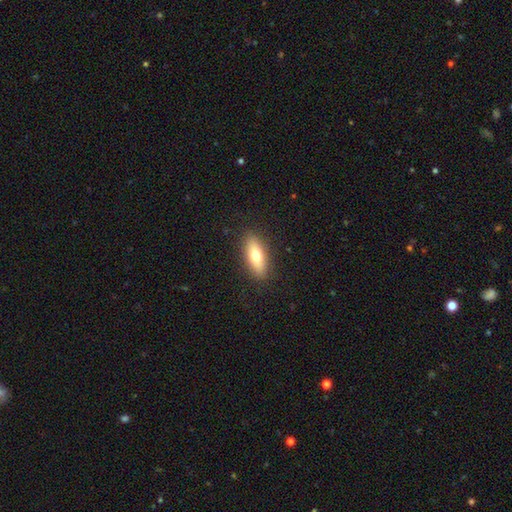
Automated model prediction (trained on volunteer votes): A smooth galaxy with no disk features (71%) that is in between round and cigar-shaped (61%). Merging: none (89%).